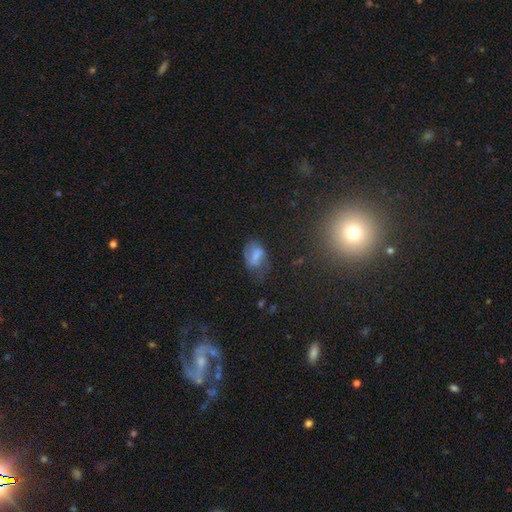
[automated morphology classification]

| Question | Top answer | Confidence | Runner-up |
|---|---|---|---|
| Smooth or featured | smooth | 60% | featured or disk (27%) |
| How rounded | in between | 82% | round (16%) |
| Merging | none | 44% | minor disturbance (32%) |